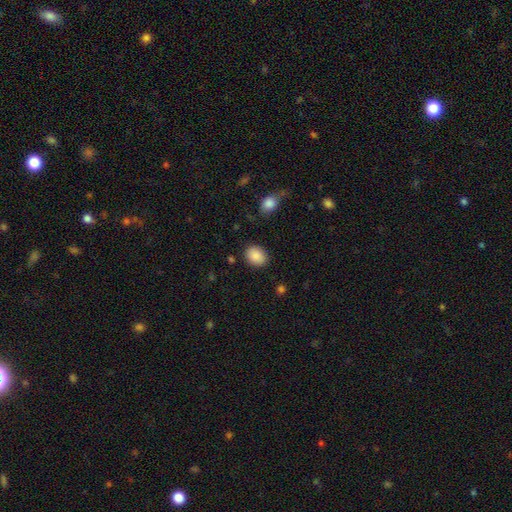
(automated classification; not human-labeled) Smooth or featured? smooth (89%)
How rounded? in between (60%)
Merging? none (86%)